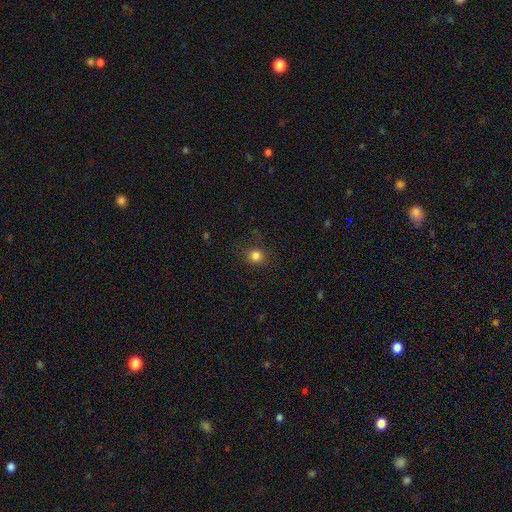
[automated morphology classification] A smooth galaxy with no disk features (81%) that is round (88%).

Vote fractions:
- Smooth or featured? smooth: 81% / star or artifact: 14% / featured or disk: 5%
- How rounded? round: 88% / in between: 11% / cigar-shaped: 1%
- Merging? none: 83% / minor disturbance: 11% / major disturbance: 5% / merger: 1%